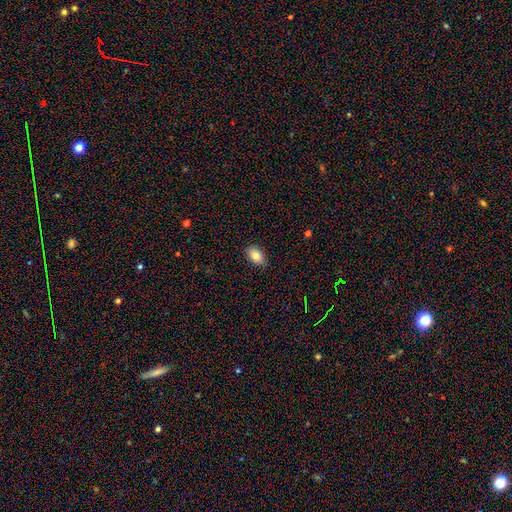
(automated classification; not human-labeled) Overall: smooth (83%). How rounded: in between (88%). Merging: none (88%).